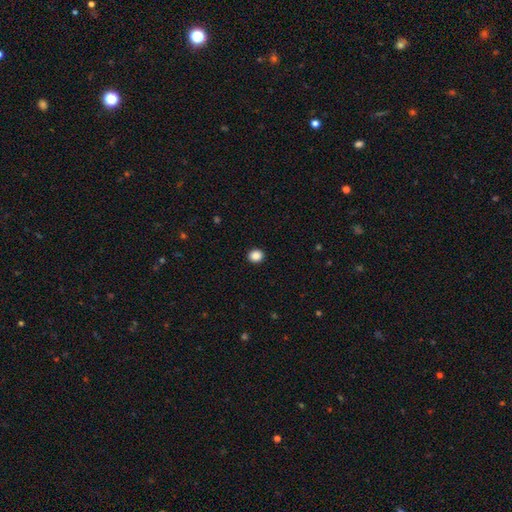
Smooth or featured? 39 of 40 (98%) said smooth. How rounded? 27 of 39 (69%) said round. Merging? 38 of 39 (97%) said none.